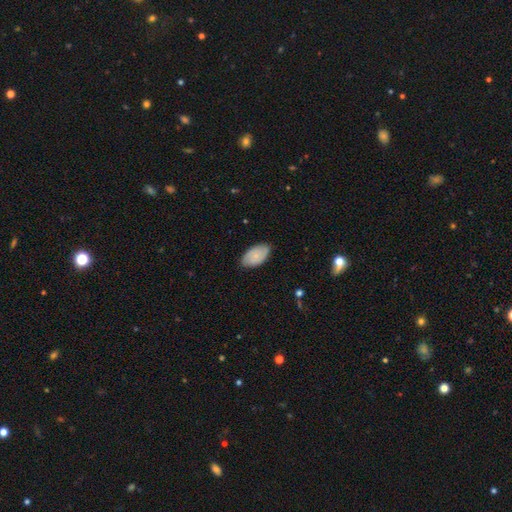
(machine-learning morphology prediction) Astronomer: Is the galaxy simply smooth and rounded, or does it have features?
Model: smooth — 66%.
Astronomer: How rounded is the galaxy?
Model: in between — 94%.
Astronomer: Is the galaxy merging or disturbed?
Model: none — 78%.